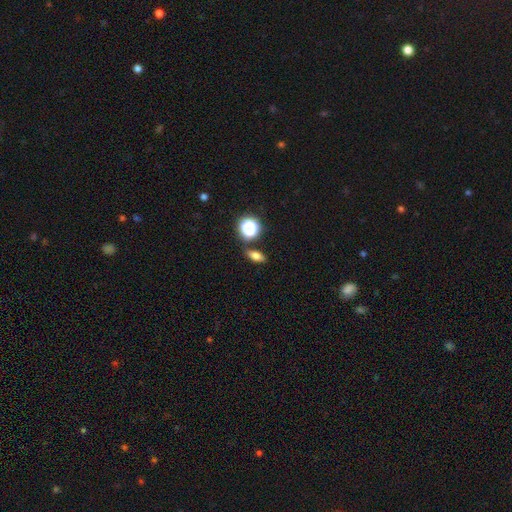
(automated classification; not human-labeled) smooth-or-featured: smooth: 70% | star or artifact: 17% | featured or disk: 13%
  how-rounded: in between: 69% | round: 17% | cigar-shaped: 14%
  merging: none: 80% | minor disturbance: 11% | merger: 6% | major disturbance: 3%